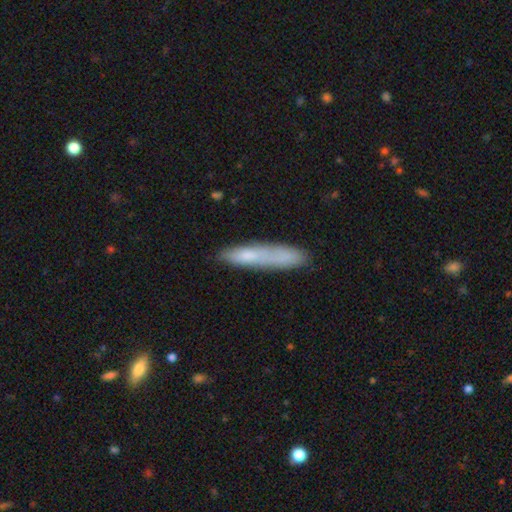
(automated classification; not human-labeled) Smooth or featured? smooth (68%)
How rounded? cigar-shaped (90%)
Merging? none (69%)